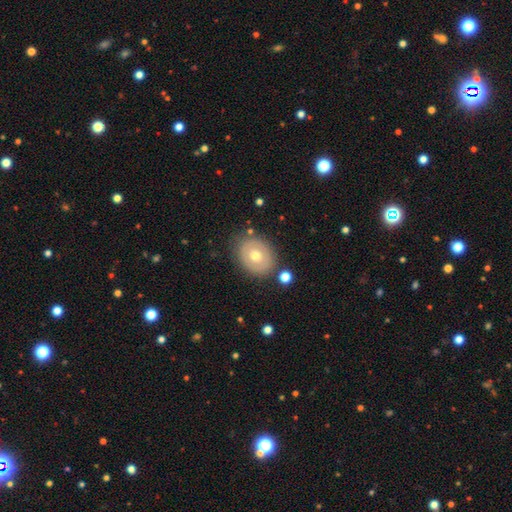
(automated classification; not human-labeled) This is possibly a smooth galaxy (55%). How rounded: possibly round (53%). Merging: clearly none (81%).